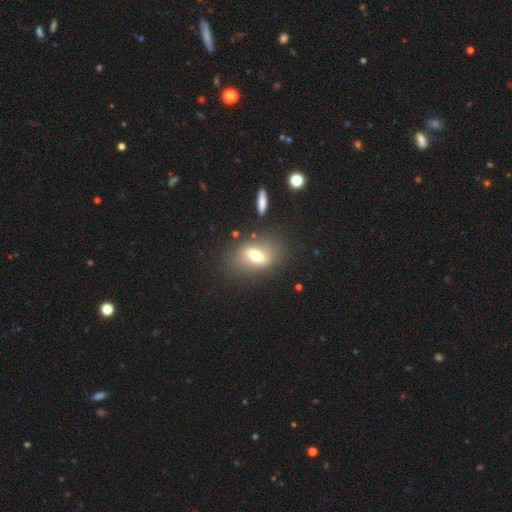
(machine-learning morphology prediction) type=smooth (55%); roundness=in between (73%); merging=none (76%).